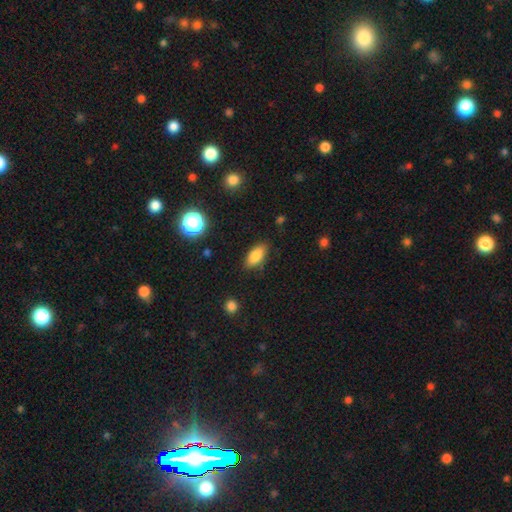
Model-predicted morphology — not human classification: A smooth galaxy with no disk features (84%) that is in between round and cigar-shaped (86%).

Vote fractions:
- Smooth or featured? smooth: 84% / star or artifact: 9% / featured or disk: 8%
- How rounded? in between: 86% / cigar-shaped: 10% / round: 4%
- Merging? none: 83% / minor disturbance: 13% / major disturbance: 3% / merger: 1%